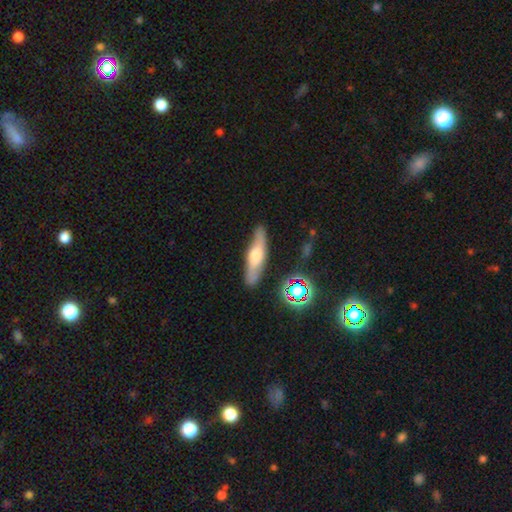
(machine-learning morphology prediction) smooth-or-featured: featured or disk: 50% | smooth: 42% | star or artifact: 8%
  disk-edge-on: yes: 72% | no: 28%
  merging: none: 83% | minor disturbance: 12% | major disturbance: 3% | merger: 2%